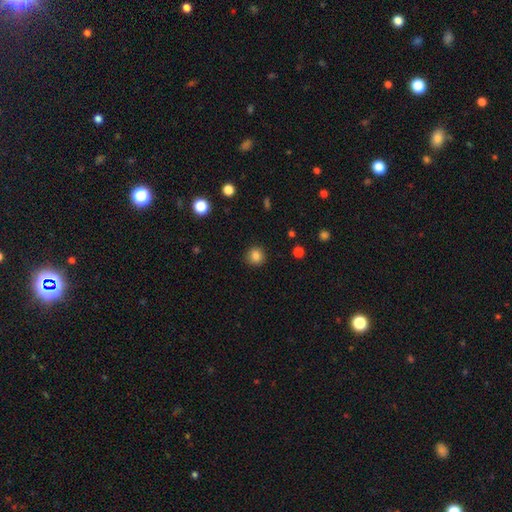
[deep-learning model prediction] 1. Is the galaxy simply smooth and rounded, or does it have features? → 84% smooth, 11% star or artifact, 4% featured or disk.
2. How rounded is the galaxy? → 91% round, 8% in between, 1% cigar-shaped.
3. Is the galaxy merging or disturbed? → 90% none, 7% minor disturbance, 2% major disturbance, 1% merger.